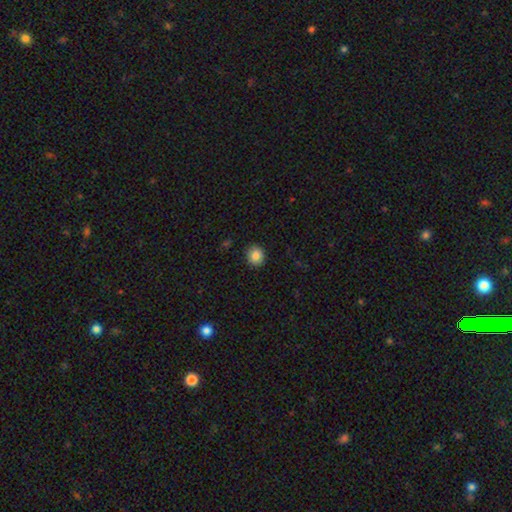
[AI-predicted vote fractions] Smooth or featured? smooth (85%)
How rounded? round (82%)
Merging? none (90%)